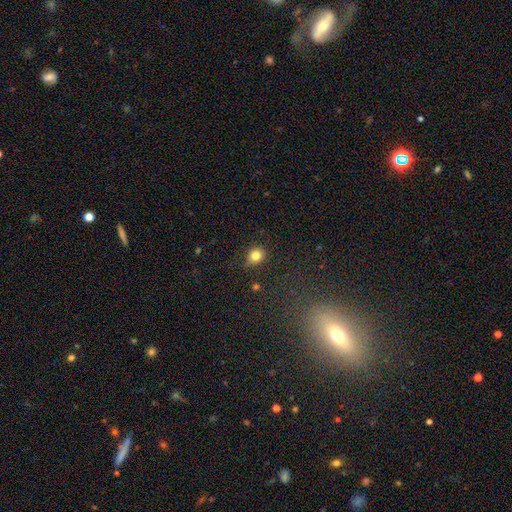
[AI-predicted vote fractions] A smooth galaxy with no disk features (81%) that is round (73%).

Vote fractions:
- Smooth or featured? smooth: 81% / star or artifact: 12% / featured or disk: 7%
- How rounded? round: 73% / in between: 26% / cigar-shaped: 1%
- Merging? none: 75% / minor disturbance: 19% / major disturbance: 4% / merger: 2%